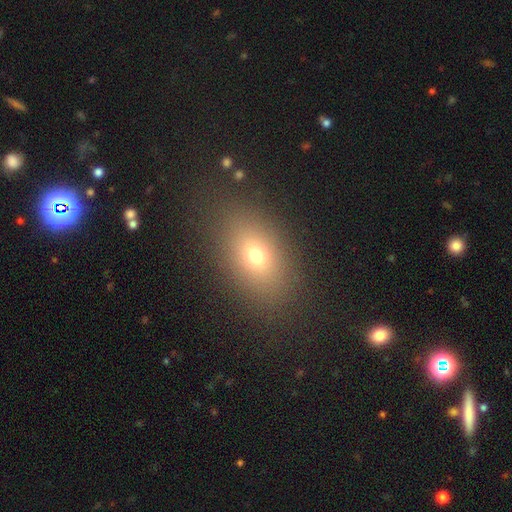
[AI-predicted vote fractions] A smooth galaxy with no disk features (69%) that is in between round and cigar-shaped (78%).

Vote fractions:
- Smooth or featured? smooth: 69% / star or artifact: 16% / featured or disk: 15%
- How rounded? in between: 78% / round: 20% / cigar-shaped: 3%
- Merging? none: 84% / minor disturbance: 10% / major disturbance: 5% / merger: 2%